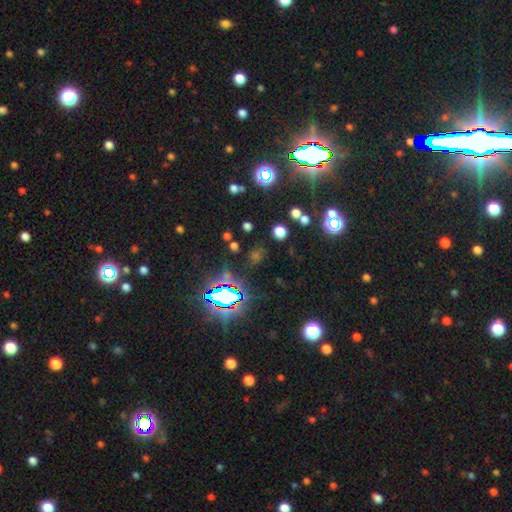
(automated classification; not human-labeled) A star or artifact, not a galaxy (66%).